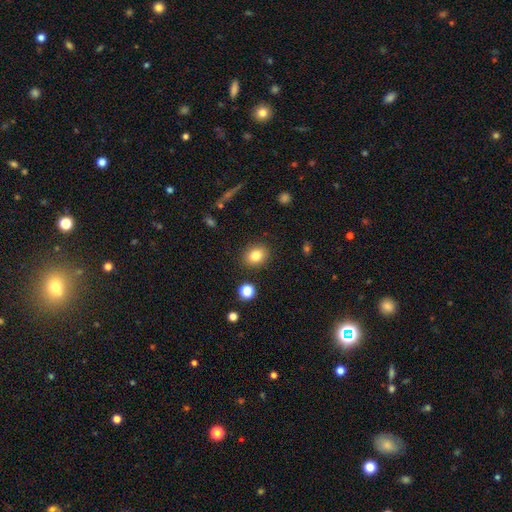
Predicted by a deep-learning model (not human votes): Morphology: type=smooth (82%); roundness=round (60%); merging=none (88%).